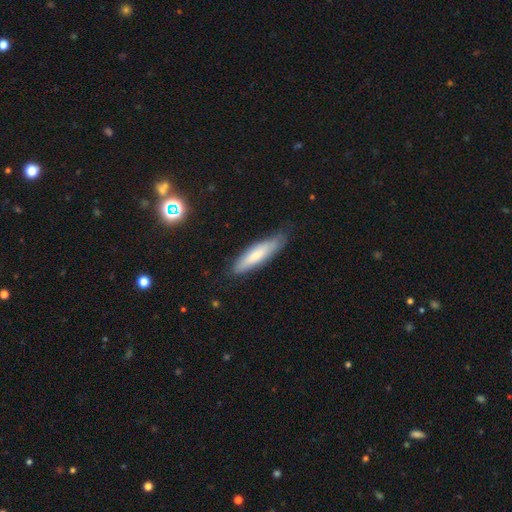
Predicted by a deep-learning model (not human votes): Morphology: type=smooth (69%); roundness=cigar-shaped (71%); merging=none (74%).